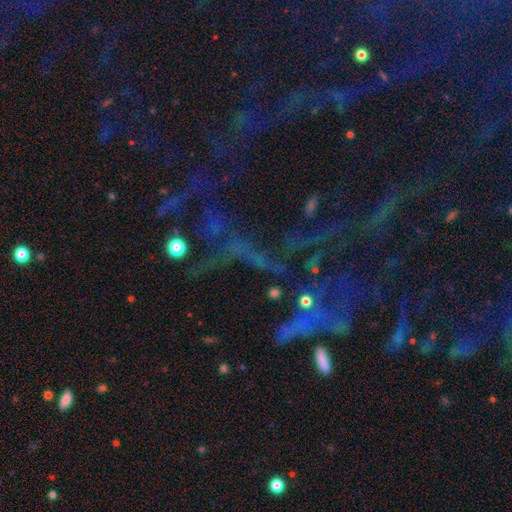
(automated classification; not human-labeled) Q: Smooth or featured?
A: star or artifact (76%); runner-up: featured or disk (12%)